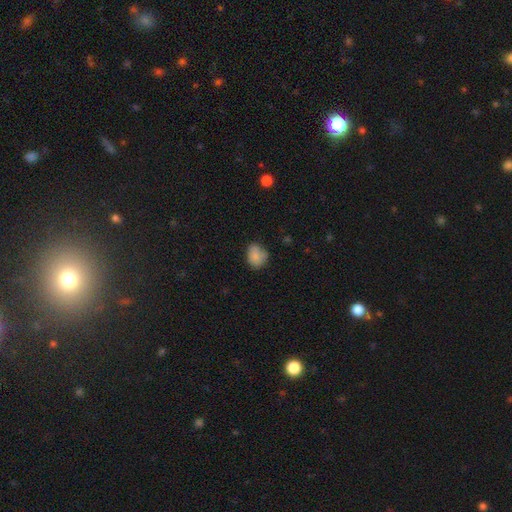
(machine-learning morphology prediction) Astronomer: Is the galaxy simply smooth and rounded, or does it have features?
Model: smooth — 82%.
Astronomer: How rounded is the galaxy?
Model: in between — 57% (runner-up: round, 42%).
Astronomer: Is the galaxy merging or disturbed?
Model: none — 60%.